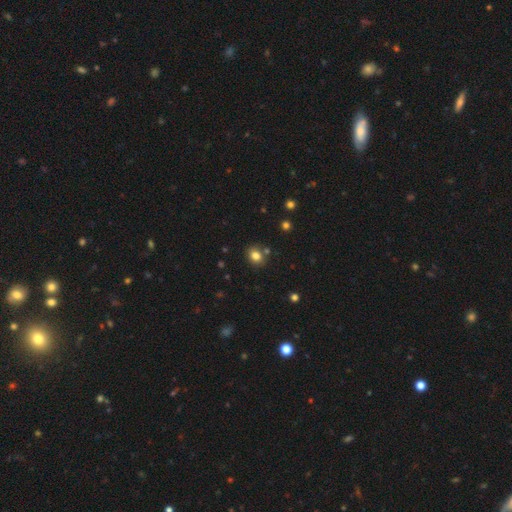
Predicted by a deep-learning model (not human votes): Q: Smooth or featured?
A: smooth (81%); runner-up: star or artifact (12%)
Q: How rounded?
A: round (63%); runner-up: in between (36%)
Q: Merging?
A: none (78%); runner-up: minor disturbance (11%)